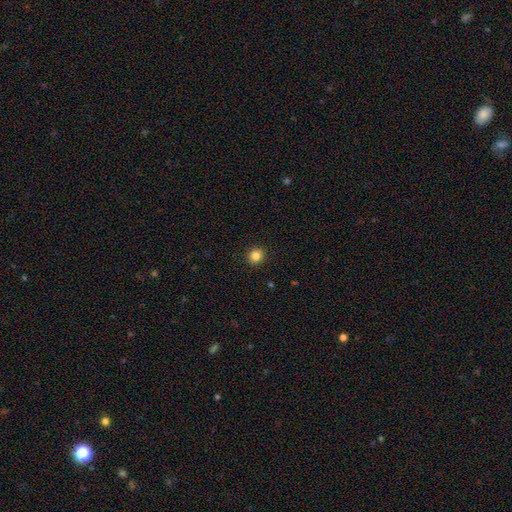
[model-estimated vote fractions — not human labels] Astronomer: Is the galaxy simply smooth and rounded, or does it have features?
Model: smooth — 85%.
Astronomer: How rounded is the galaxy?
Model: round — 90%.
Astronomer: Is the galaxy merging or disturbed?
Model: none — 92%.